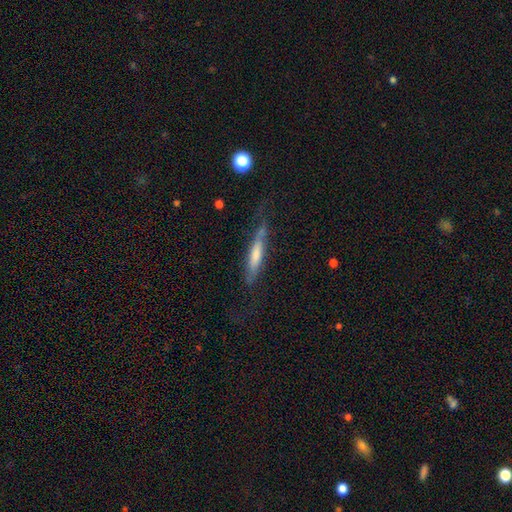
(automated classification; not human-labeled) featured or disk 48%, smooth 46%, star or artifact 7%. Down the decision tree: merging — none (62%).